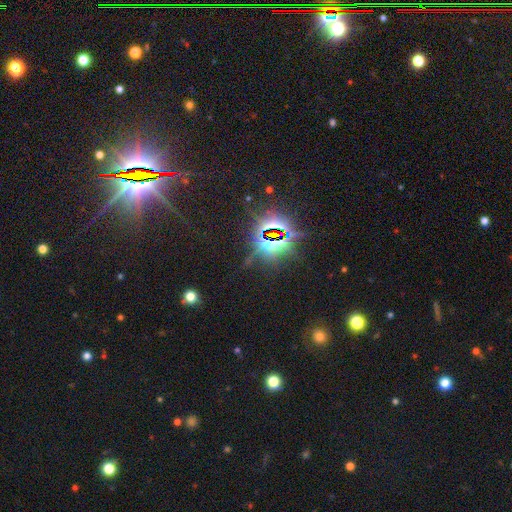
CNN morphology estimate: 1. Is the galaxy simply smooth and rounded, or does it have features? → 82% star or artifact, 9% featured or disk, 9% smooth.